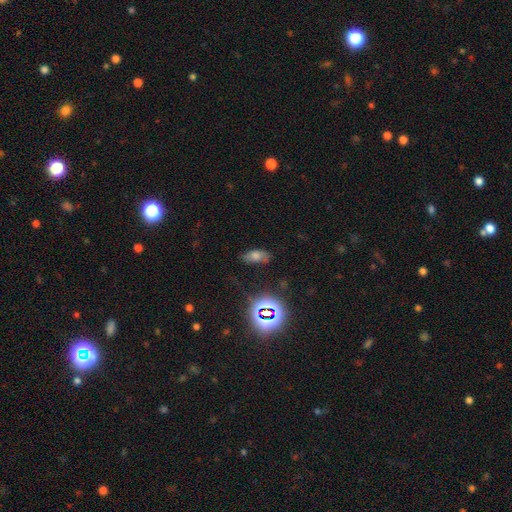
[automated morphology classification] smooth-or-featured: smooth: 50% | star or artifact: 30% | featured or disk: 20%
  how-rounded: in between: 84% | cigar-shaped: 8% | round: 8%
  merging: none: 76% | minor disturbance: 17% | major disturbance: 5% | merger: 2%